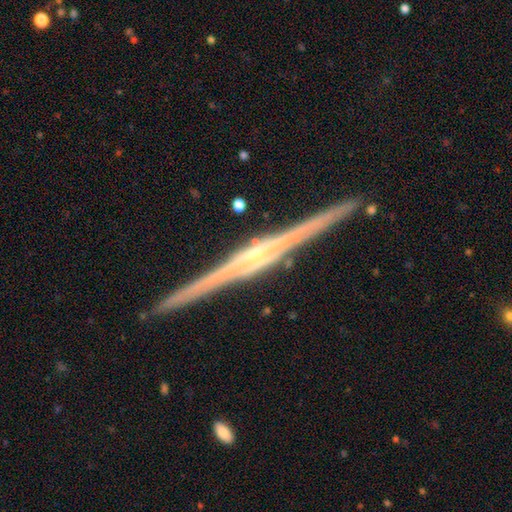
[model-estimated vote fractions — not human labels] A featured or disk galaxy (91%) viewed edge-on (99%) with a rounded central bulge (54%).

Vote fractions:
- Smooth or featured? featured or disk: 91% / star or artifact: 5% / smooth: 5%
- Edge-on disk? yes: 99% / no: 1%
- Edge-on bulge? rounded: 54% / boxy: 33% / none: 13%
- Merging? none: 93% / minor disturbance: 5% / major disturbance: 1% / merger: 1%